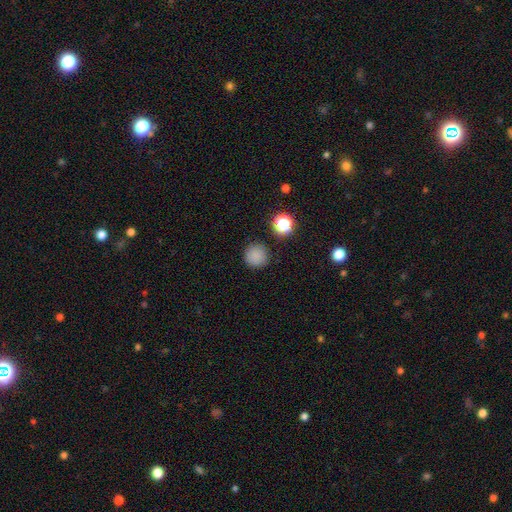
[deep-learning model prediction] A smooth galaxy with no disk features (82%) that is round (95%).

Vote fractions:
- Smooth or featured? smooth: 82% / star or artifact: 14% / featured or disk: 4%
- How rounded? round: 95% / in between: 4% / cigar-shaped: 1%
- Merging? none: 89% / minor disturbance: 7% / major disturbance: 2% / merger: 2%